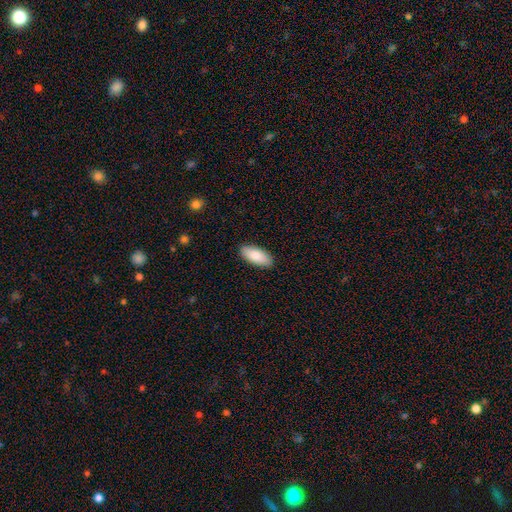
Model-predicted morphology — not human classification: smooth-or-featured: smooth: 86% | featured or disk: 9% | star or artifact: 6%
  how-rounded: in between: 86% | cigar-shaped: 12% | round: 2%
  merging: none: 89% | minor disturbance: 8% | major disturbance: 2% | merger: 1%